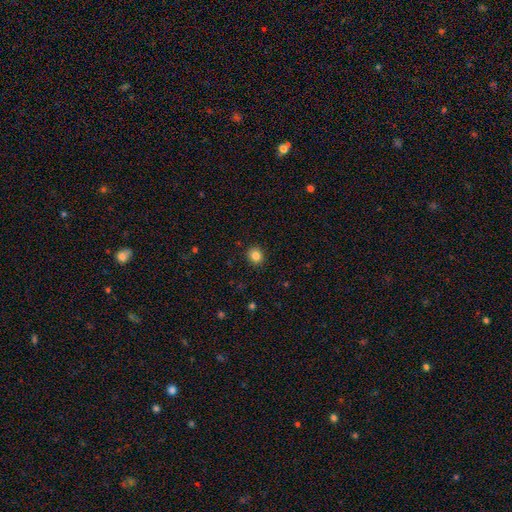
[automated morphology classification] Overall: smooth (85%). How rounded: round (78%). Merging: none (90%).